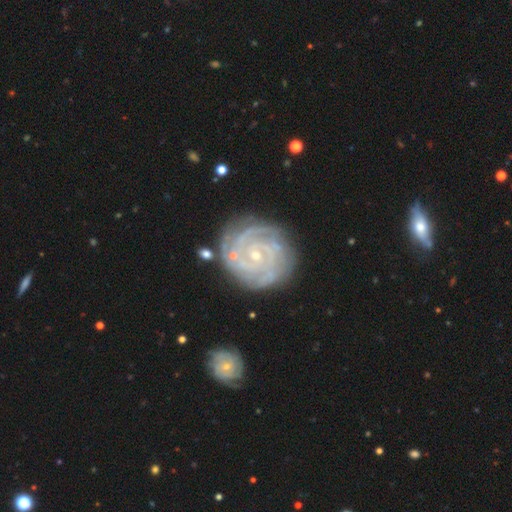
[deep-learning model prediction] smooth_or_featured: featured or disk (p=0.89) [alt: star or artifact p=0.06]
disk_edge_on: no (p=0.98) [alt: yes p=0.02]
bar: no (p=0.68) [alt: weak p=0.24]
has_spiral_arms: yes (p=0.98) [alt: no p=0.02]
spiral_winding: tight (p=0.81) [alt: medium p=0.16]
spiral_arm_count: 3 (p=0.26) [alt: 4 p=0.24]
bulge_size: small (p=0.82) [alt: moderate p=0.14]
merging: none (p=0.76) [alt: minor disturbance p=0.15]